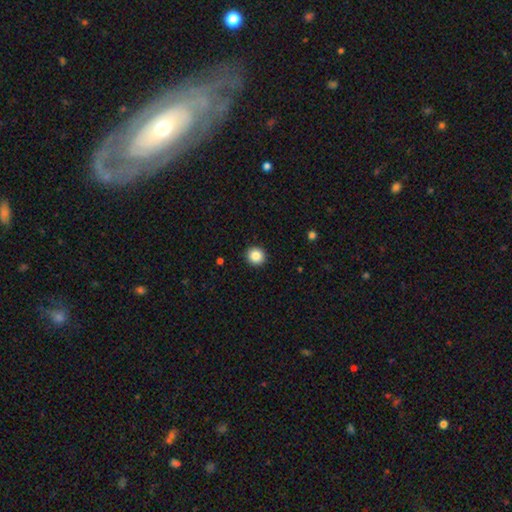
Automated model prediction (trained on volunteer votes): This appears to be a smooth galaxy with no disk features (86%) that is round (93%). Merging: none (93%).